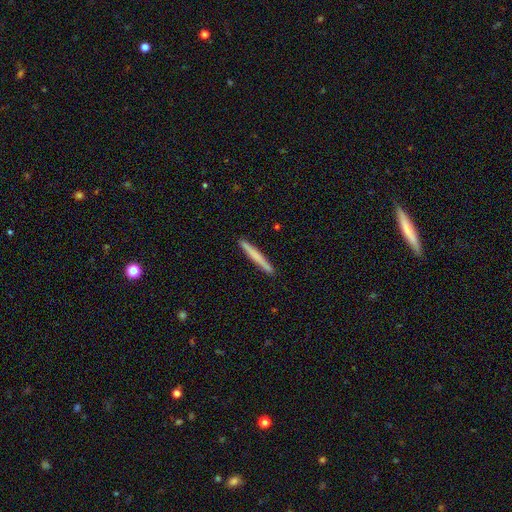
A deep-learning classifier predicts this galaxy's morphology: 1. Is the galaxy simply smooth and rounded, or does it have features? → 65% smooth, 29% featured or disk, 5% star or artifact.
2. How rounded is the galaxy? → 97% cigar-shaped, 2% in between, 1% round.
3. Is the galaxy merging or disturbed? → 92% none, 5% minor disturbance, 1% major disturbance, 1% merger.